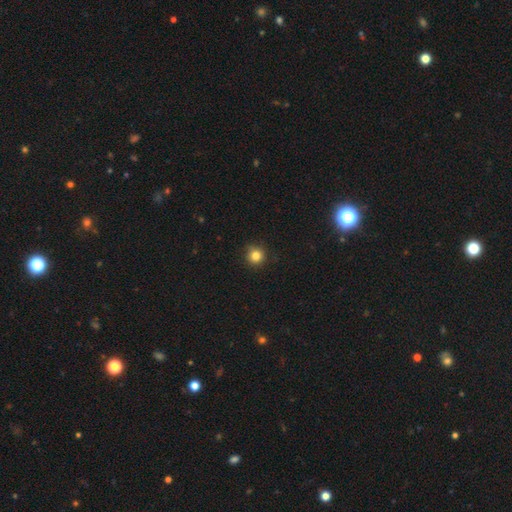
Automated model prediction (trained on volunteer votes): smooth-or-featured: smooth: 83% | star or artifact: 13% | featured or disk: 5%
  how-rounded: round: 94% | in between: 5% | cigar-shaped: 1%
  merging: none: 88% | minor disturbance: 9% | major disturbance: 2% | merger: 1%